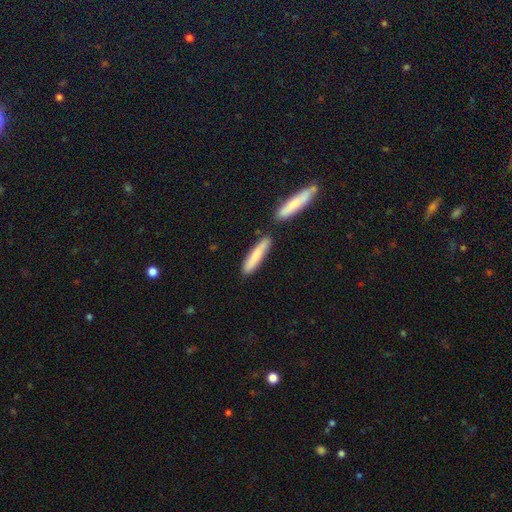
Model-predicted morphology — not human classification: smooth_or_featured: smooth (p=0.77) [alt: featured or disk p=0.17]
how_rounded: cigar-shaped (p=0.85) [alt: in between p=0.13]
merging: none (p=0.72) [alt: merger p=0.13]